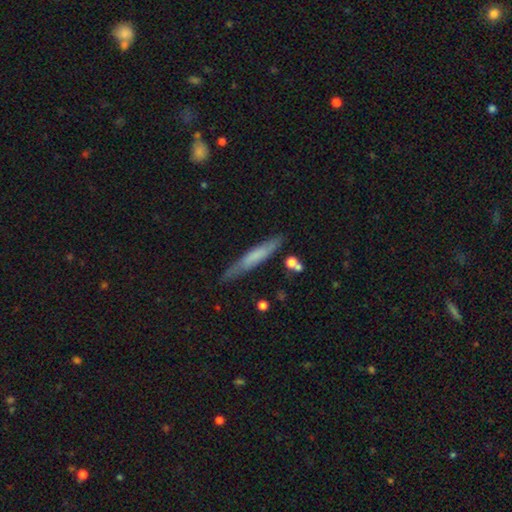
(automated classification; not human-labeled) Smooth or featured? smooth (58%)
How rounded? cigar-shaped (93%)
Merging? none (78%)